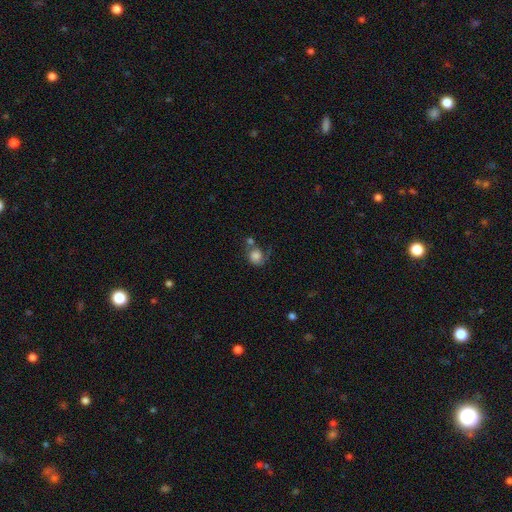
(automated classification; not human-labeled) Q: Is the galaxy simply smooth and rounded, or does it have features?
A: smooth — 65%.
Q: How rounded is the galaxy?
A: round — 71%.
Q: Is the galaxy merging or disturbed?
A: none — 30%.